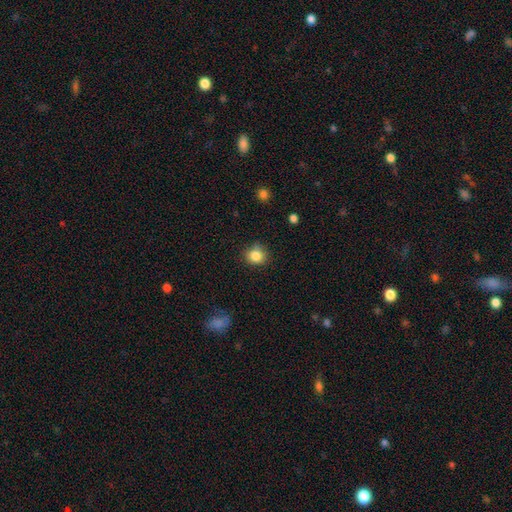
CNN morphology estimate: smooth_or_featured: smooth (p=0.84) [alt: star or artifact p=0.10]
how_rounded: round (p=0.81) [alt: in between p=0.18]
merging: none (p=0.79) [alt: minor disturbance p=0.16]